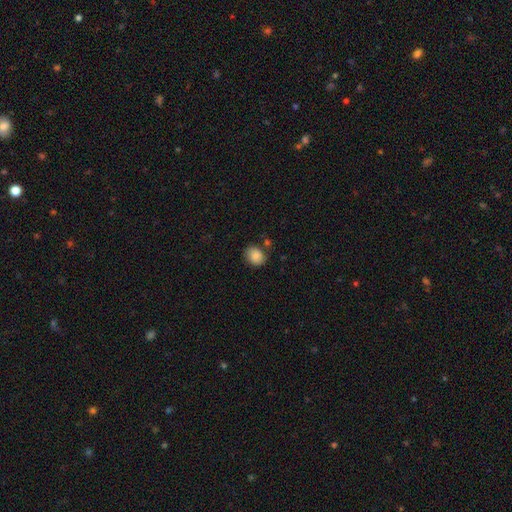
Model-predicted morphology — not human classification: smooth-or-featured: smooth: 87% | star or artifact: 8% | featured or disk: 5%
  how-rounded: round: 56% | in between: 43% | cigar-shaped: 1%
  merging: none: 76% | minor disturbance: 14% | merger: 6% | major disturbance: 4%